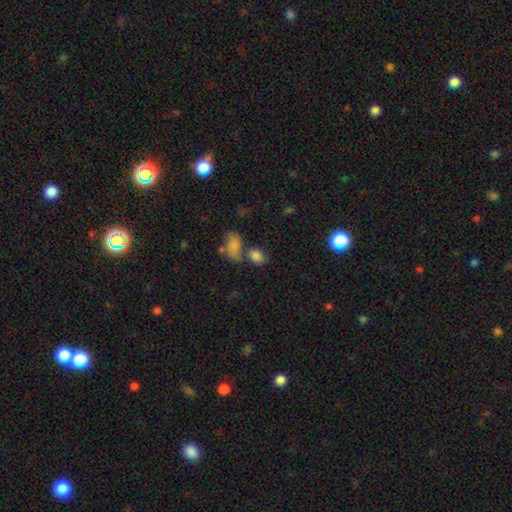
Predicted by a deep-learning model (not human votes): Smooth or featured? Predicted: smooth (p=0.83). How rounded? Predicted: in between (p=0.78). Merging? Predicted: none (p=0.50).